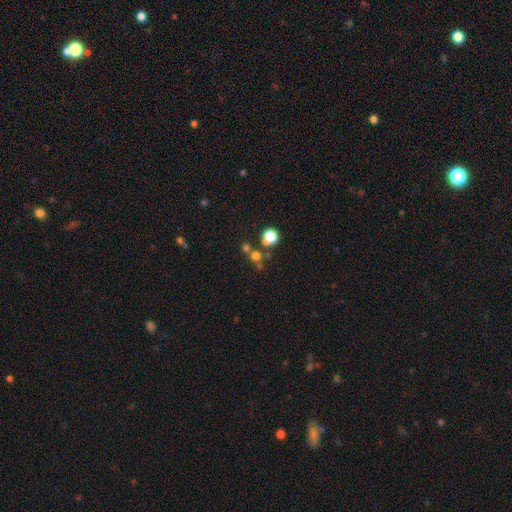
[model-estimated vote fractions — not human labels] Smooth or featured?
  - smooth: 63% *
  - star or artifact: 25%
  - featured or disk: 12%
How rounded?
  - round: 87% *
  - in between: 11%
  - cigar-shaped: 1%
Merging?
  - none: 58% *
  - merger: 28%
  - minor disturbance: 9%
  - major disturbance: 5%